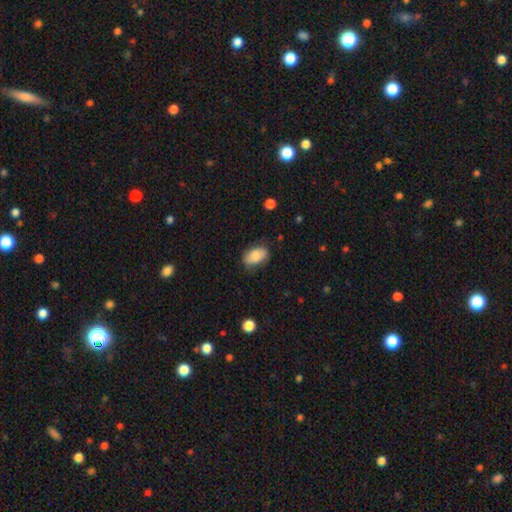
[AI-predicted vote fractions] Smooth or featured?
  - smooth: 80% *
  - featured or disk: 13%
  - star or artifact: 7%
How rounded?
  - in between: 90% *
  - round: 8%
  - cigar-shaped: 2%
Merging?
  - none: 70% *
  - minor disturbance: 23%
  - major disturbance: 5%
  - merger: 1%